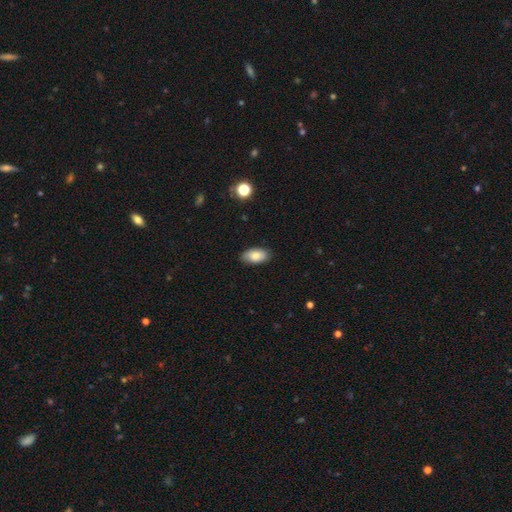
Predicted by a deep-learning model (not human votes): Morphology: type=smooth (84%); roundness=in between (94%); merging=none (85%).